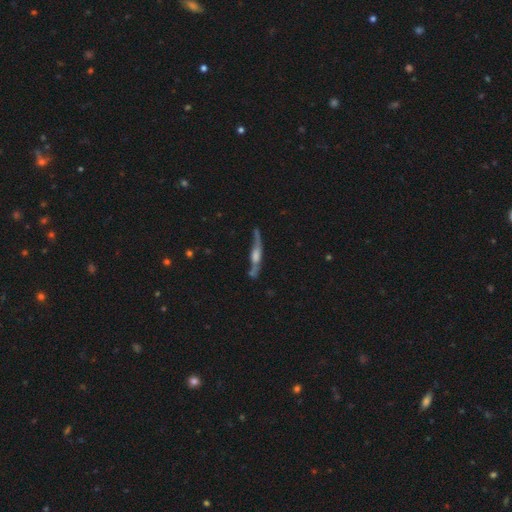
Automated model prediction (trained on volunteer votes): smooth-or-featured: featured or disk: 74% | smooth: 19% | star or artifact: 7%
  disk-edge-on: yes: 92% | no: 8%
    edge-on-bulge: rounded: 73% | boxy: 19% | none: 8%
  merging: none: 68% | minor disturbance: 19% | merger: 6% | major disturbance: 6%